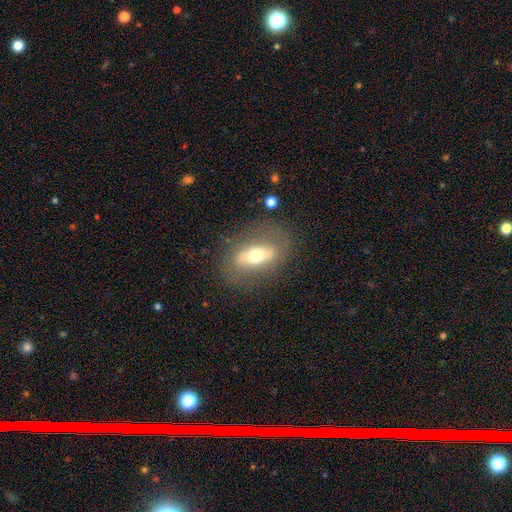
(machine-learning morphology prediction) A featured or disk galaxy (53%). Merging: none (76%).